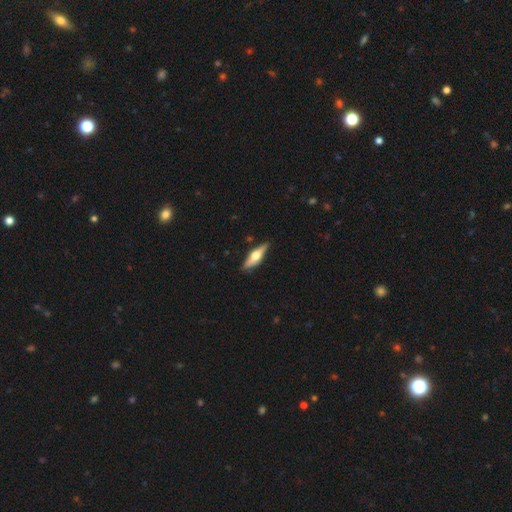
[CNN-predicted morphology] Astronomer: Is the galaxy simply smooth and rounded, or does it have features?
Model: featured or disk — 59% (runner-up: smooth, 35%).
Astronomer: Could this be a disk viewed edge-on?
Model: yes — 94%.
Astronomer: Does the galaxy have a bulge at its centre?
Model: rounded — 92%.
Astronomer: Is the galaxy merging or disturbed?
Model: none — 83%.